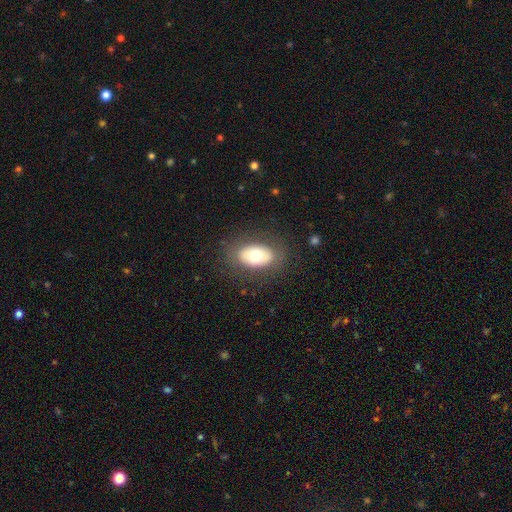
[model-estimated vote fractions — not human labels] Q: Smooth or featured?
A: smooth (68%); runner-up: featured or disk (25%)
Q: How rounded?
A: in between (89%); runner-up: round (10%)
Q: Merging?
A: none (81%); runner-up: minor disturbance (12%)